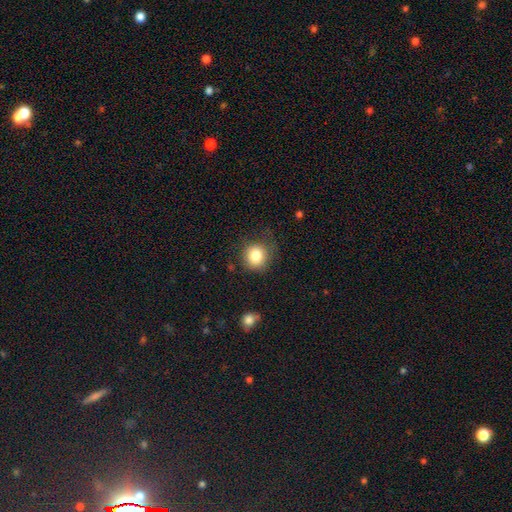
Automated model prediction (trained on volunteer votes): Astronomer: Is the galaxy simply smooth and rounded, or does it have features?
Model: smooth — 83%.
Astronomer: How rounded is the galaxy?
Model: round — 88%.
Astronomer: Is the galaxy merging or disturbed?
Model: none — 76%.